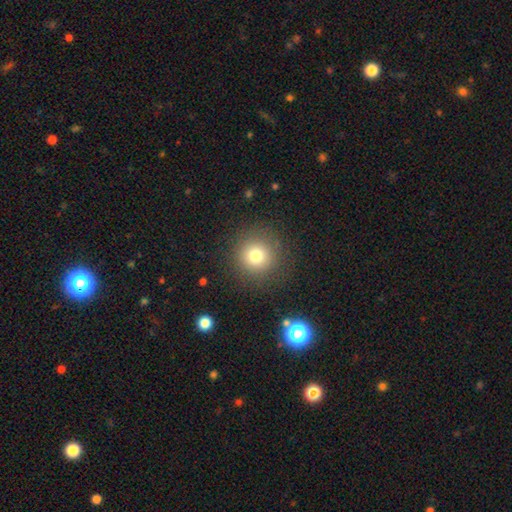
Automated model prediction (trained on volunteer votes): A smooth galaxy with no disk features (75%) that is round (94%). Merging: none (87%).